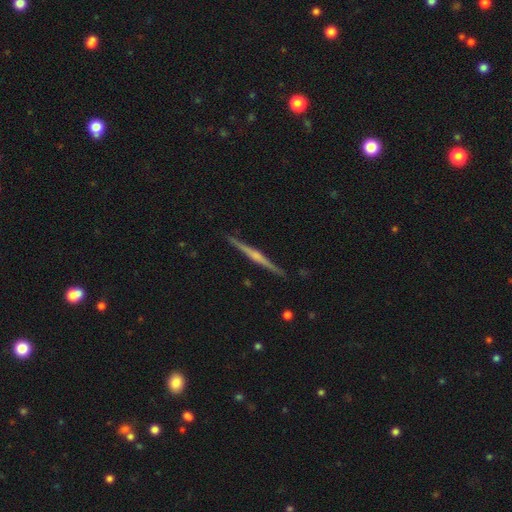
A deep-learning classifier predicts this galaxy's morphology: This is likely a featured or disk galaxy (78%). It is clearly viewed edge-on (99%). Edge-on bulge: likely rounded (66%). Merging: clearly none (91%).